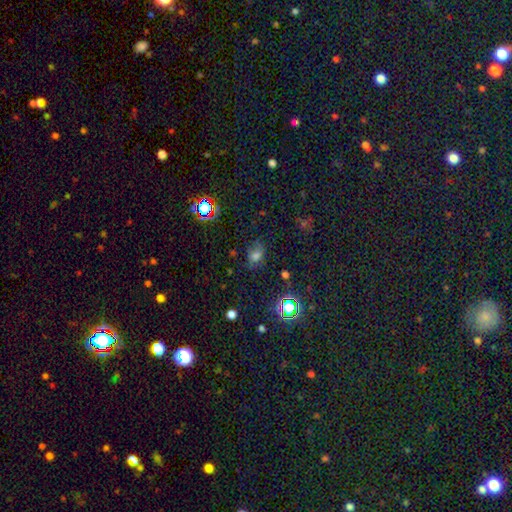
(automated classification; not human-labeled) The model was most divided on "how rounded": in between: 63%, round: 35%, cigar-shaped: 2%. More confident: merging — none (63%); smooth or featured — smooth (61%).